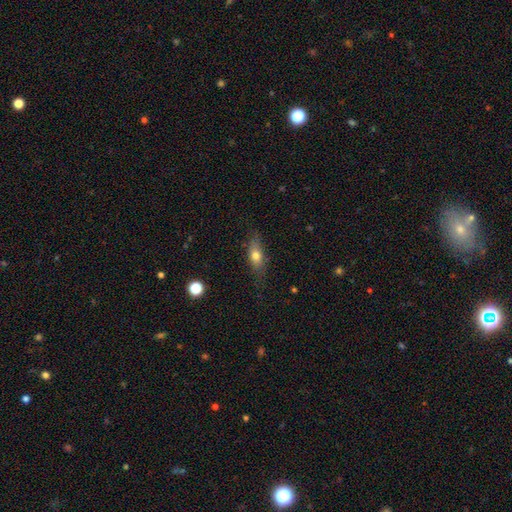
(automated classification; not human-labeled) Q: Smooth or featured?
A: smooth (69%); runner-up: featured or disk (22%)
Q: How rounded?
A: in between (67%); runner-up: cigar-shaped (26%)
Q: Merging?
A: none (73%); runner-up: minor disturbance (20%)